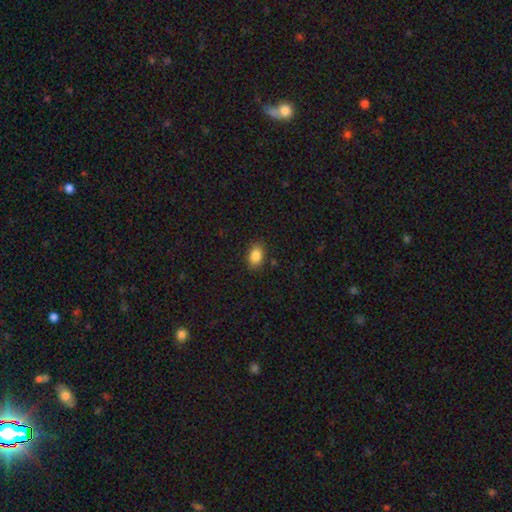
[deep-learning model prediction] Smooth or featured? Predicted: smooth (p=0.86). How rounded? Predicted: in between (p=0.82). Merging? Predicted: none (p=0.85).